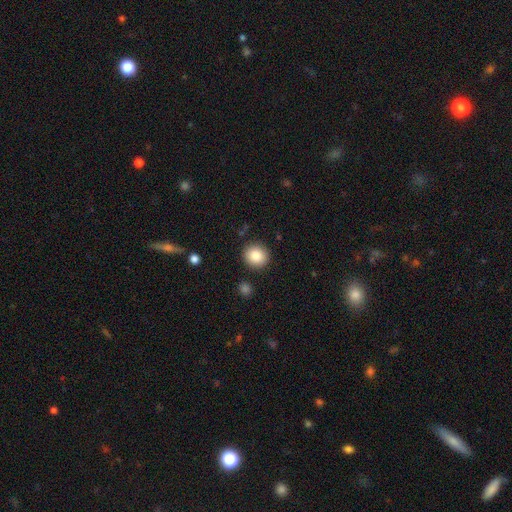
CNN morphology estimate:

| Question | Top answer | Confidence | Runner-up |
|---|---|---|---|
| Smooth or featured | smooth | 86% | star or artifact (8%) |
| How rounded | round | 87% | in between (12%) |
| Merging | none | 89% | minor disturbance (7%) |